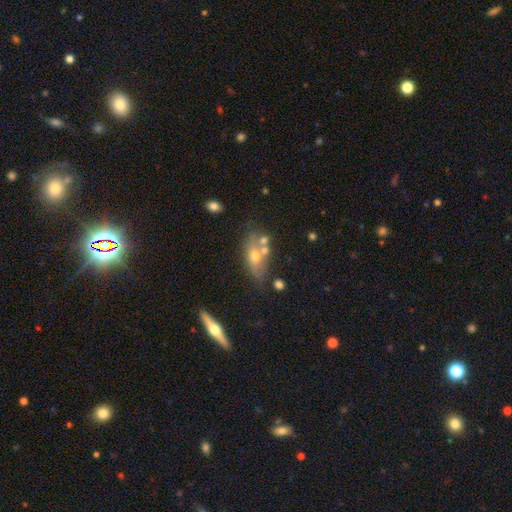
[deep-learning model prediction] A smooth galaxy with no disk features (49%). Merging: none (51%).